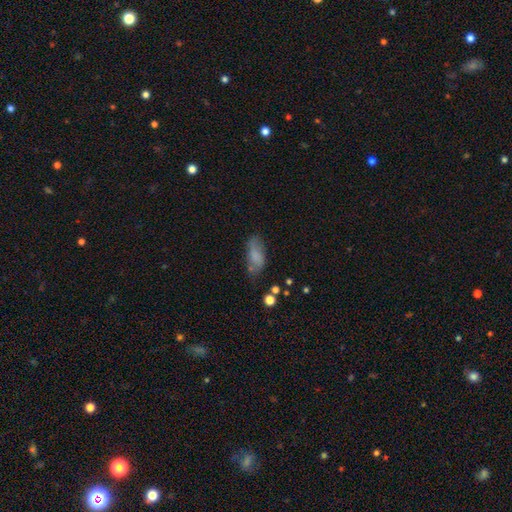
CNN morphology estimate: The model was most divided on "merging": none: 56%, minor disturbance: 26%, major disturbance: 12%, merger: 6%. More confident: how rounded — in between (85%); smooth or featured — smooth (72%).